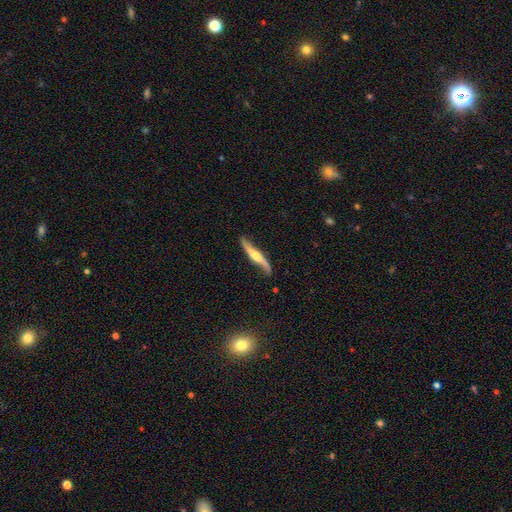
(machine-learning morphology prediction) Smooth or featured? featured or disk (70%)
Edge-on disk? yes (71%)
Merging? none (72%)